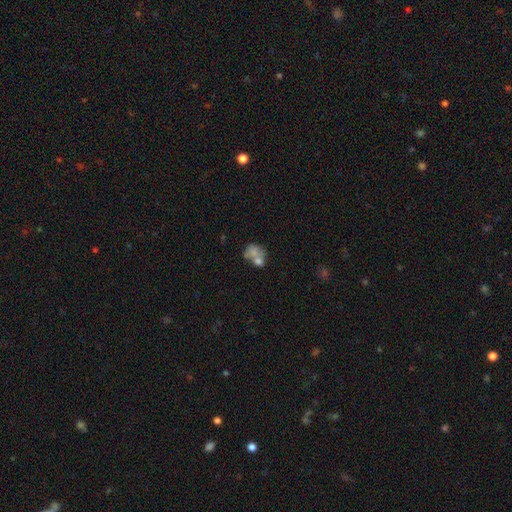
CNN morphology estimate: A smooth galaxy with no disk features (62%) that is round (52%). Merging: merger (56%).